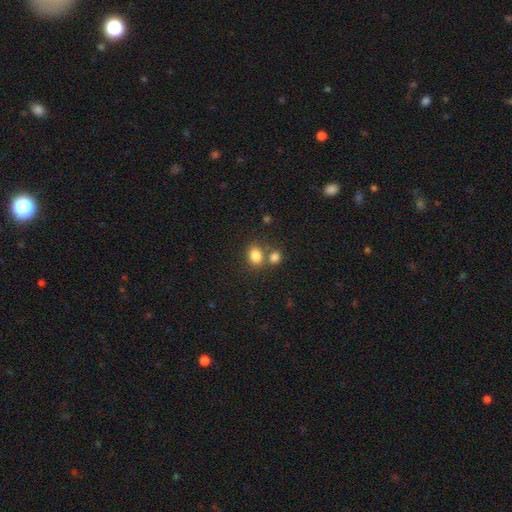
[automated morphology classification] This is clearly a smooth galaxy (83%). How rounded: likely in between (63%). Merging: possibly none (52%).